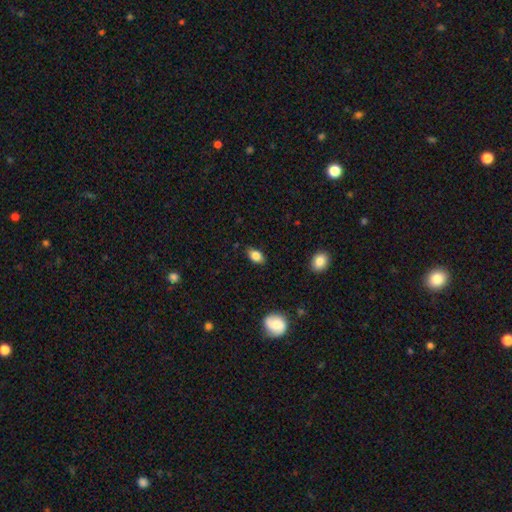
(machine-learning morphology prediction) A smooth galaxy with no disk features (82%) that is in between round and cigar-shaped (87%). Merging: none (83%).